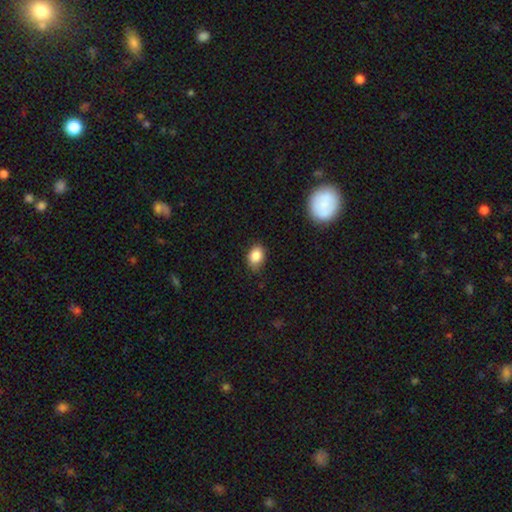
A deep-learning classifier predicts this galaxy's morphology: smooth-or-featured: smooth: 85% | star or artifact: 9% | featured or disk: 5%
  how-rounded: in between: 72% | round: 26% | cigar-shaped: 1%
  merging: none: 78% | minor disturbance: 17% | major disturbance: 3% | merger: 1%